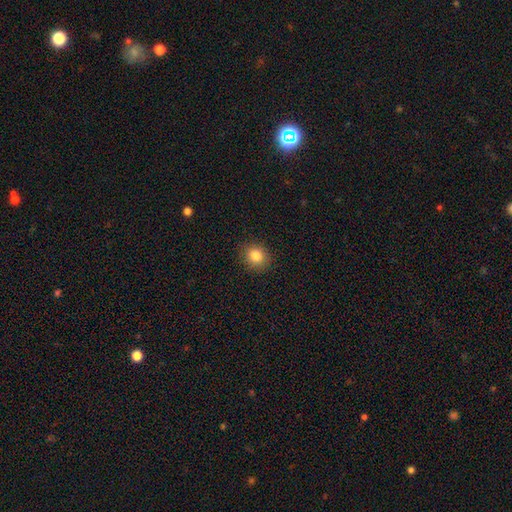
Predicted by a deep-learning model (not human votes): Smooth or featured? smooth (82%)
How rounded? round (78%)
Merging? none (90%)